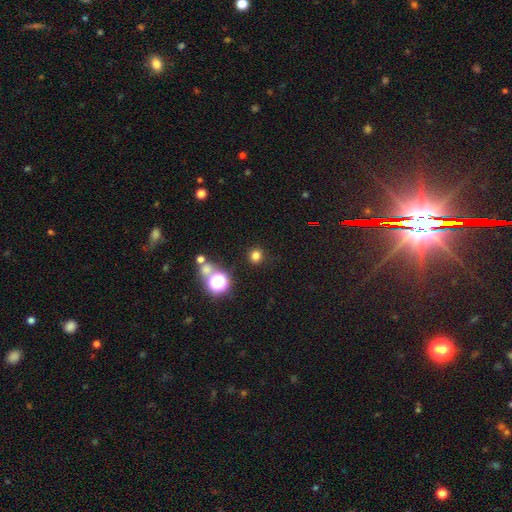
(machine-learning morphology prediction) This appears to be a smooth galaxy with no disk features (75%) that is round (90%). Merging: none (88%).